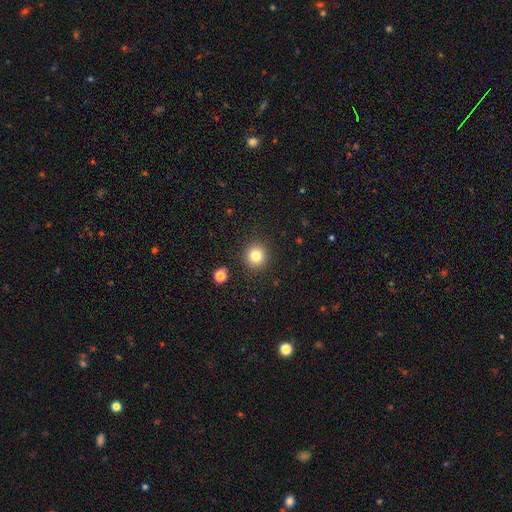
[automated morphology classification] Smooth or featured: smooth — 81% (star or artifact — 12%)
How rounded: round — 93% (in between — 6%)
Merging: none — 90% (minor disturbance — 6%)